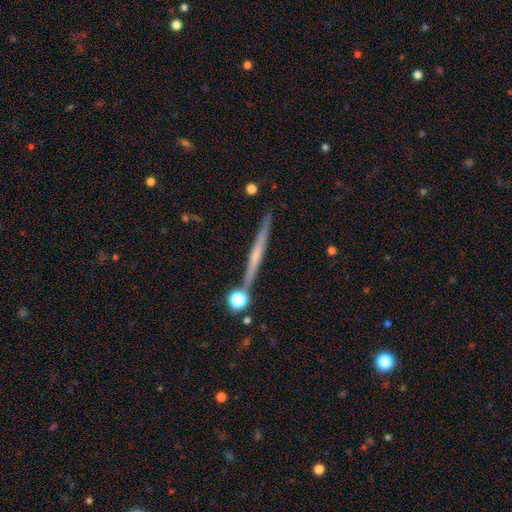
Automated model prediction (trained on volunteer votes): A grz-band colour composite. It shows a featured or disk galaxy (58%) viewed edge-on (97%) with no central bulge (67%). Merging: none (84%).